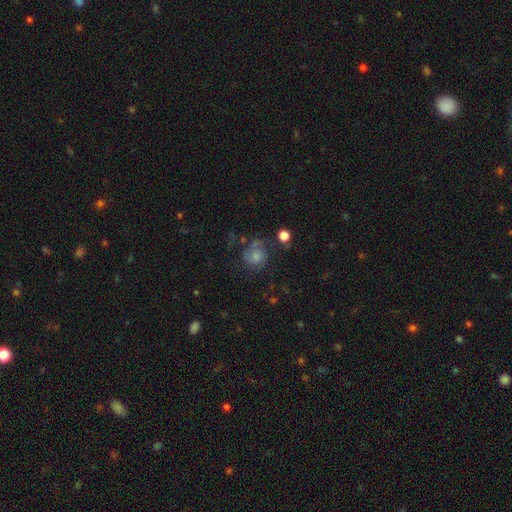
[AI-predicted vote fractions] Overall: smooth (52%; featured or disk 36%). How rounded: round (81%). Merging: none (49%; minor disturbance 22%).